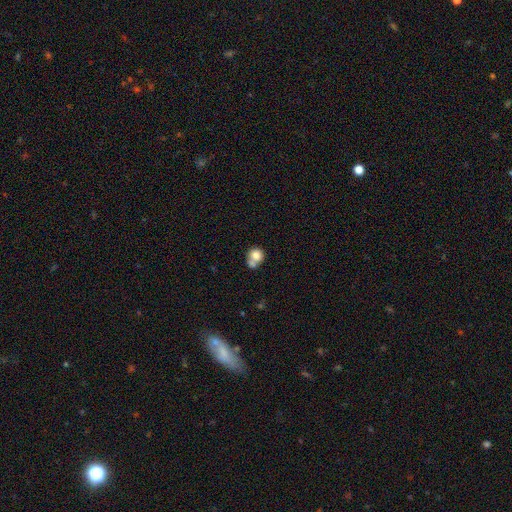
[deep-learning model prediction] A smooth galaxy with no disk features (78%) that is round (78%). Merging: merger (48%).